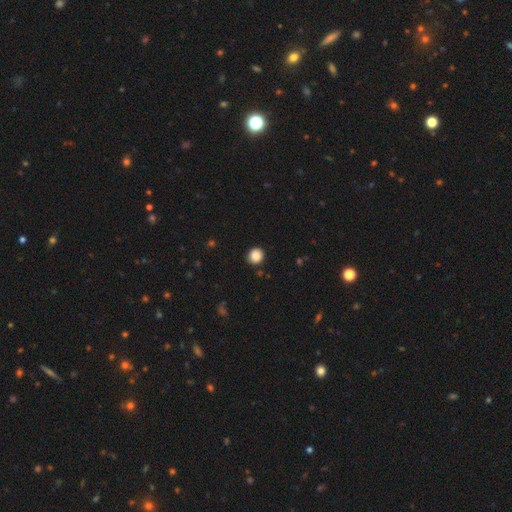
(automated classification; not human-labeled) This appears to be a smooth galaxy with no disk features (88%) that is round (90%). Merging: none (90%).